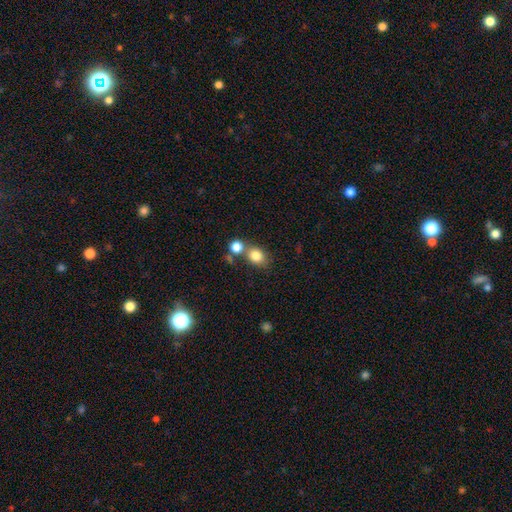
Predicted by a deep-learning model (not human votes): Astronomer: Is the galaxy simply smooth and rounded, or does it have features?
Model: smooth — 81%.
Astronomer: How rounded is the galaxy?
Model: round — 57% (runner-up: in between, 42%).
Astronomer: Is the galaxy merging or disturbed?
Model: none — 57%.